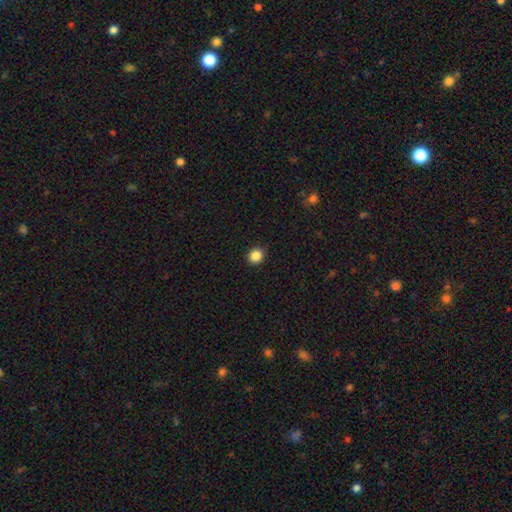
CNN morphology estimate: This appears to be a smooth galaxy with no disk features (86%) that is round (78%). Merging: none (92%).